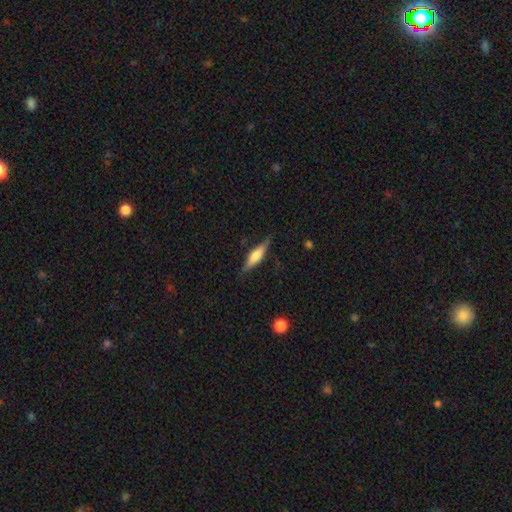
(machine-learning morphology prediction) Smooth or featured?
  - featured or disk: 51% *
  - smooth: 43%
  - star or artifact: 6%
Edge-on disk?
  - yes: 95% *
  - no: 5%
Merging?
  - none: 84% *
  - minor disturbance: 12%
  - major disturbance: 3%
  - merger: 1%